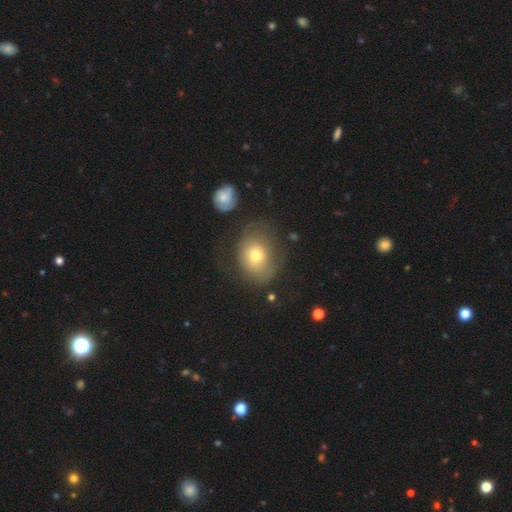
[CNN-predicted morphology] smooth_or_featured: smooth (p=0.65) [alt: featured or disk p=0.25]
how_rounded: round (p=0.55) [alt: in between p=0.44]
merging: none (p=0.51) [alt: minor disturbance p=0.23]